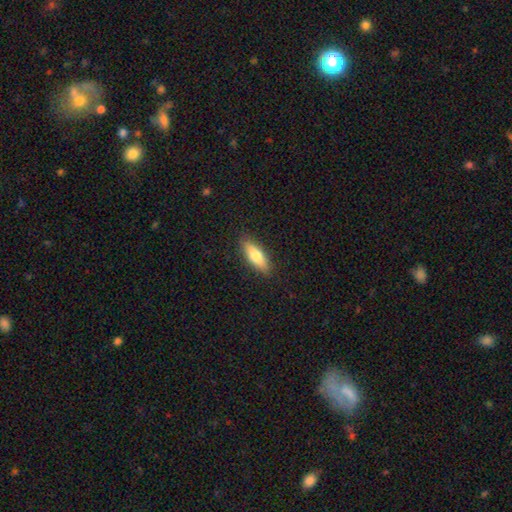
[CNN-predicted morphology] Smooth or featured: smooth — 69% (featured or disk — 25%)
How rounded: in between — 56% (cigar-shaped — 41%)
Merging: none — 88% (minor disturbance — 9%)